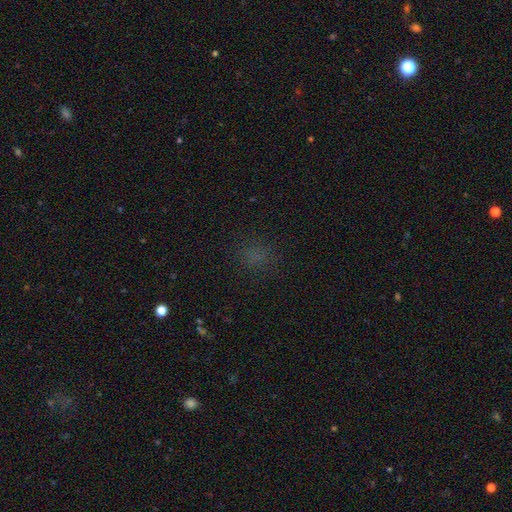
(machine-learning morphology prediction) Smooth or featured? Predicted: smooth (p=0.62). How rounded? Predicted: round (p=0.69). Merging? Predicted: none (p=0.81).